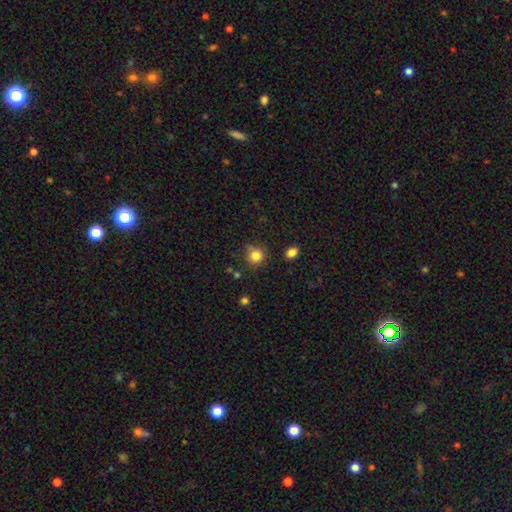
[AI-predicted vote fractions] Smooth or featured: smooth — 83% (star or artifact — 12%)
How rounded: round — 87% (in between — 12%)
Merging: none — 75% (minor disturbance — 17%)